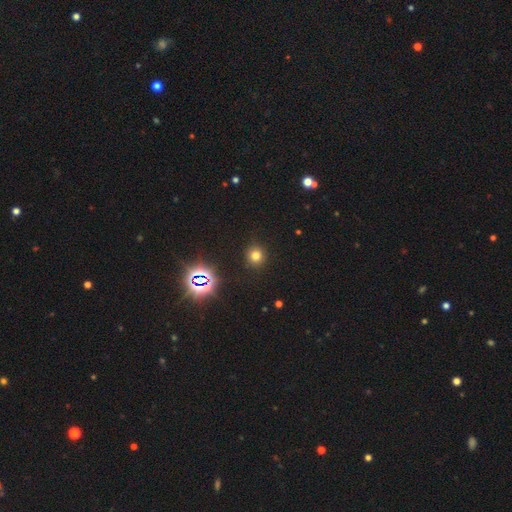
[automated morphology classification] type=smooth (71%); roundness=round (90%); merging=none (90%).